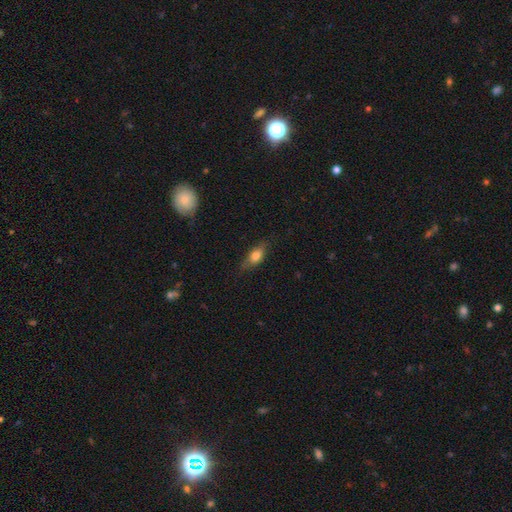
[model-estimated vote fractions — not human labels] Smooth or featured? smooth (70%)
How rounded? in between (75%)
Merging? none (72%)